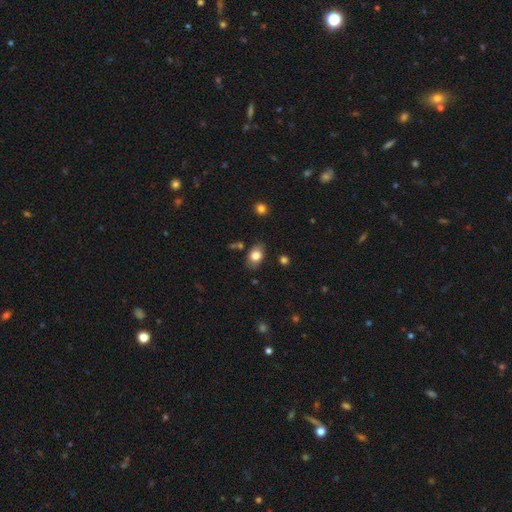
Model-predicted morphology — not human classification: type=smooth (80%); roundness=in between (79%); merging=none (78%).